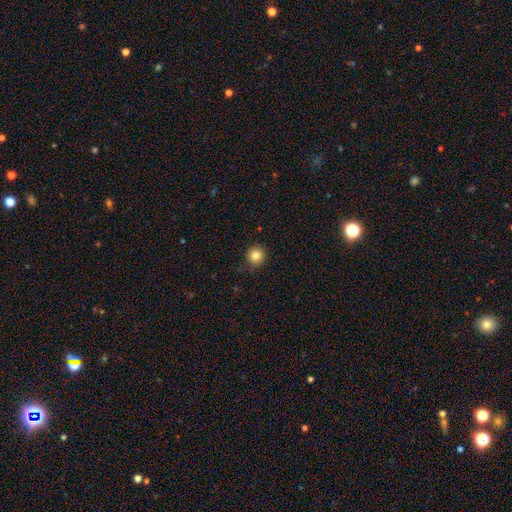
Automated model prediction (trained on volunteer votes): This appears to be a smooth galaxy with no disk features (83%) that is round (94%). Merging: none (84%).